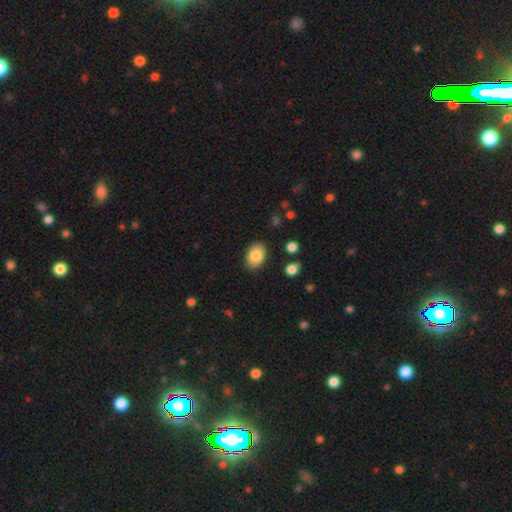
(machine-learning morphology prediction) The model was most divided on "how rounded": in between: 78%, round: 21%, cigar-shaped: 1%. More confident: merging — none (87%); smooth or featured — smooth (84%).